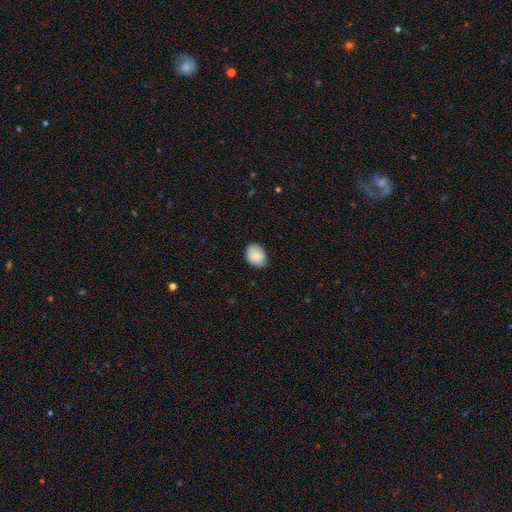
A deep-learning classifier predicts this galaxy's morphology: smooth 85%, featured or disk 7%, star or artifact 7%. Down the decision tree: how rounded — in between (64%); merging — none (76%).